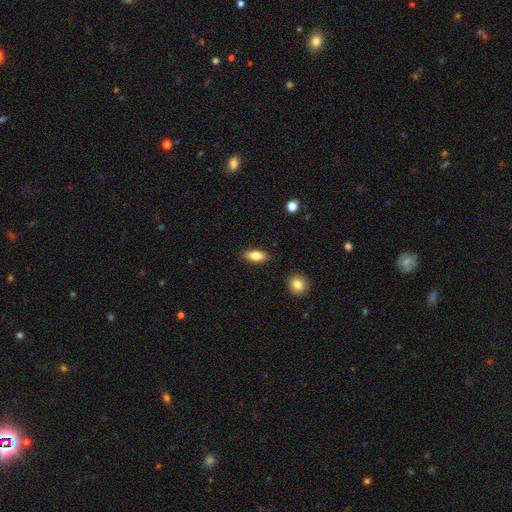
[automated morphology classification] type=smooth (77%); roundness=in between (81%); merging=none (88%).